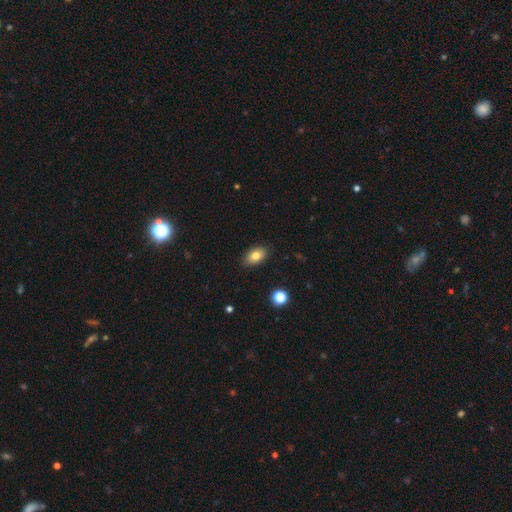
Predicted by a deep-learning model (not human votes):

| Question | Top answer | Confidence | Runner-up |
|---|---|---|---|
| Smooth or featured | smooth | 81% | featured or disk (10%) |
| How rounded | in between | 89% | round (9%) |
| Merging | none | 87% | minor disturbance (10%) |